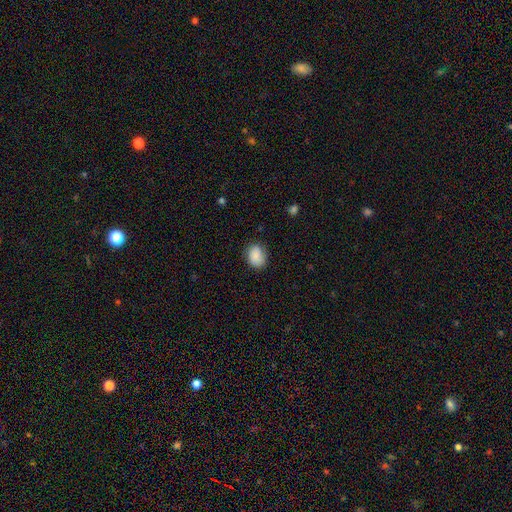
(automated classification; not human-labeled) This is clearly a smooth galaxy (88%). How rounded: likely in between (64%). Merging: likely none (80%).